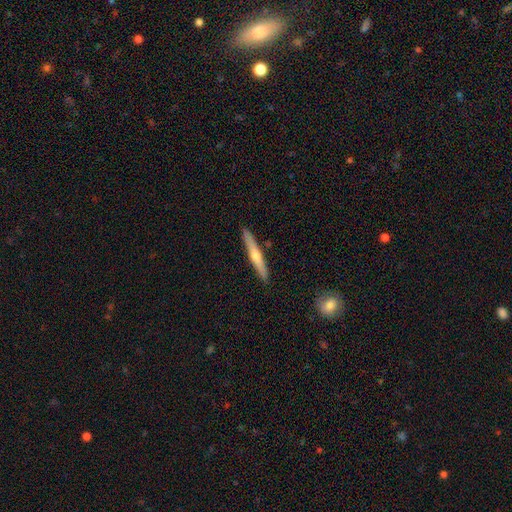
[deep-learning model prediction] A featured or disk galaxy (57%) viewed edge-on (96%) with a rounded central bulge (82%). Merging: none (91%).